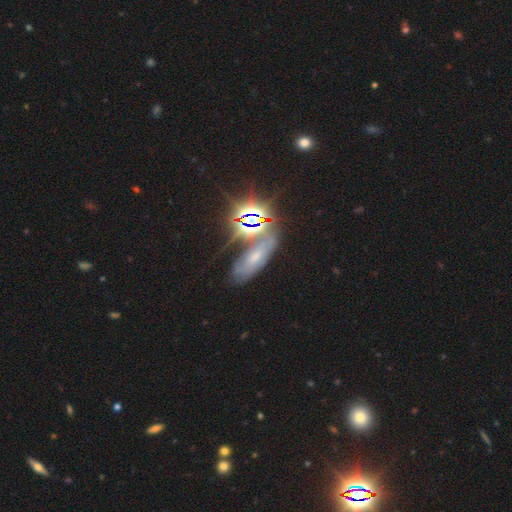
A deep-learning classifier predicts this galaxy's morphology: Overall: star or artifact (44%; featured or disk 31%).